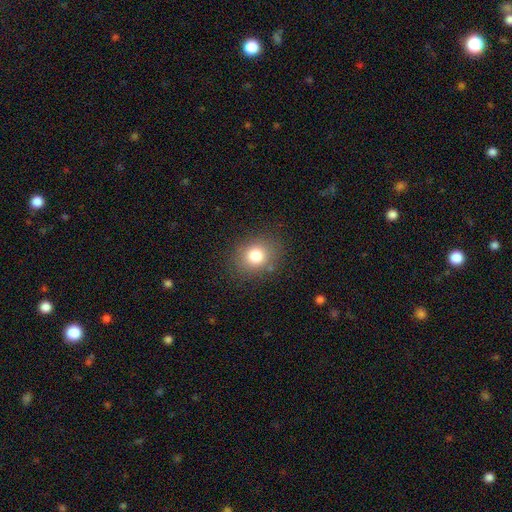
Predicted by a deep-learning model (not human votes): smooth-or-featured: smooth: 79% | star or artifact: 12% | featured or disk: 9%
  how-rounded: round: 64% | in between: 36% | cigar-shaped: 1%
  merging: none: 84% | minor disturbance: 11% | major disturbance: 4% | merger: 2%